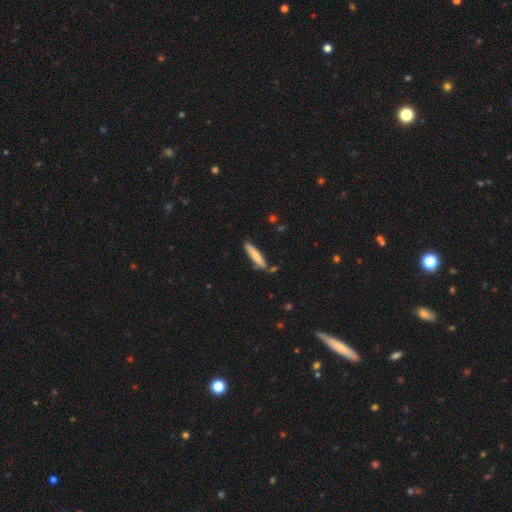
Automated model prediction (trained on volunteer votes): Smooth or featured? smooth (75%)
How rounded? cigar-shaped (89%)
Merging? none (77%)